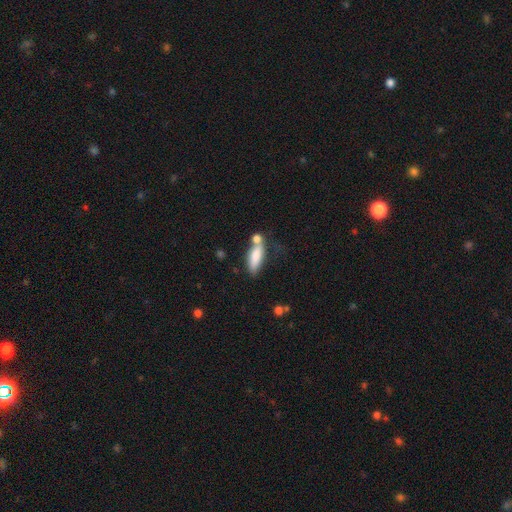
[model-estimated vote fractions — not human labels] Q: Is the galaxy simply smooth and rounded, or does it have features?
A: smooth — 76%.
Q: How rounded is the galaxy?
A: in between — 59%.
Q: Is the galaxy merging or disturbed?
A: none — 43%.